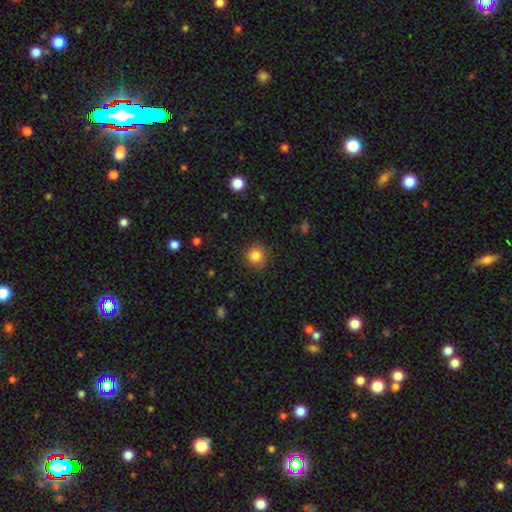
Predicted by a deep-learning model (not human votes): Smooth or featured?
  - smooth: 84% *
  - star or artifact: 11%
  - featured or disk: 5%
How rounded?
  - round: 90% *
  - in between: 9%
  - cigar-shaped: 1%
Merging?
  - none: 86% *
  - minor disturbance: 10%
  - major disturbance: 3%
  - merger: 1%